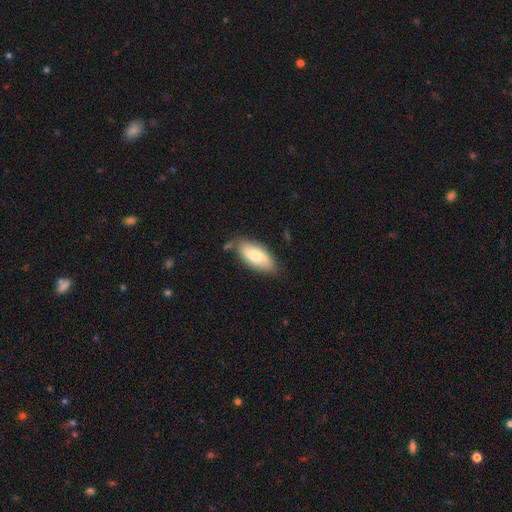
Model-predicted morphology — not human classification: Overall: smooth (71%). How rounded: in between (87%). Merging: none (70%).